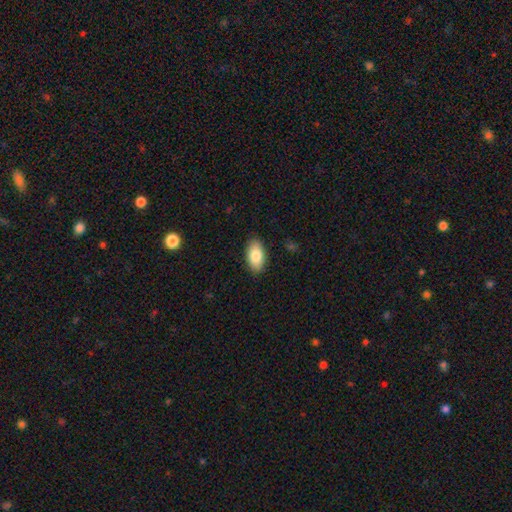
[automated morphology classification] smooth 83%, featured or disk 10%, star or artifact 6%. Down the decision tree: how rounded — in between (94%); merging — none (88%).